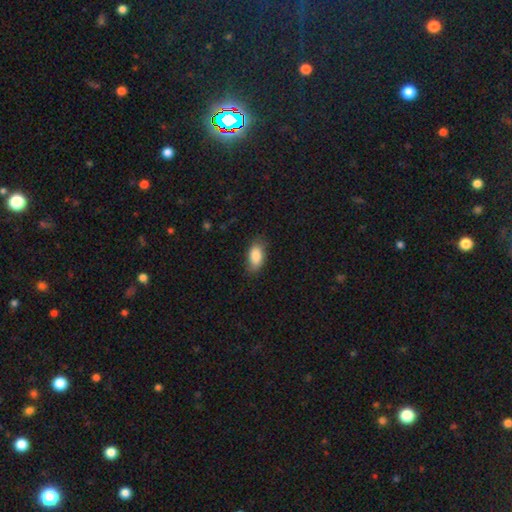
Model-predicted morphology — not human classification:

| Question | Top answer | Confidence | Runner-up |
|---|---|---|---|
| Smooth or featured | smooth | 85% | featured or disk (8%) |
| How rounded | in between | 92% | round (4%) |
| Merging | none | 75% | minor disturbance (20%) |